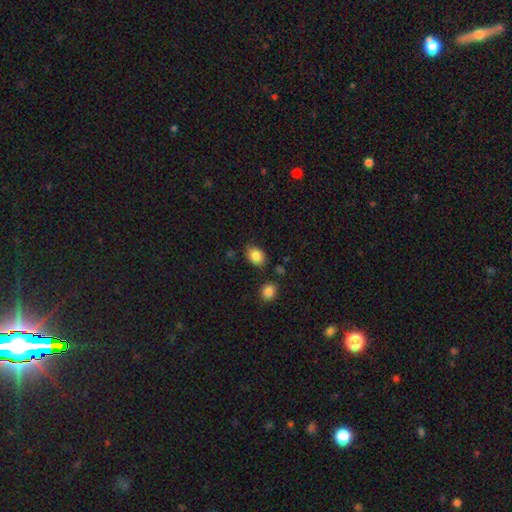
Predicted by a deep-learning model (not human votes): Smooth or featured?
  - smooth: 86% *
  - star or artifact: 8%
  - featured or disk: 6%
How rounded?
  - in between: 69% *
  - round: 30%
  - cigar-shaped: 1%
Merging?
  - none: 76% *
  - minor disturbance: 16%
  - merger: 4%
  - major disturbance: 4%